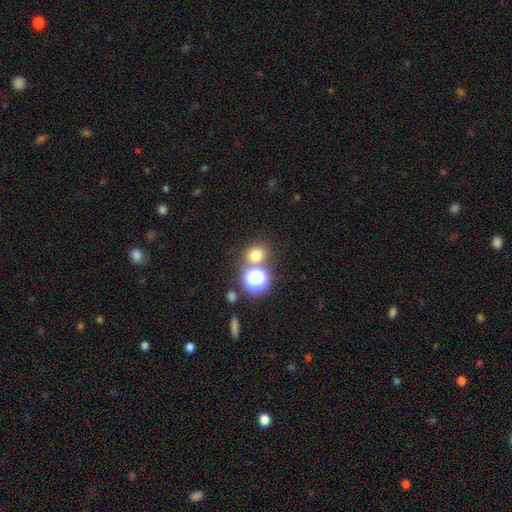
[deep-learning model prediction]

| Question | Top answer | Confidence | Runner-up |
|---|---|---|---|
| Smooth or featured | smooth | 71% | star or artifact (22%) |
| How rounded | round | 80% | in between (19%) |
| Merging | none | 69% | merger (19%) |